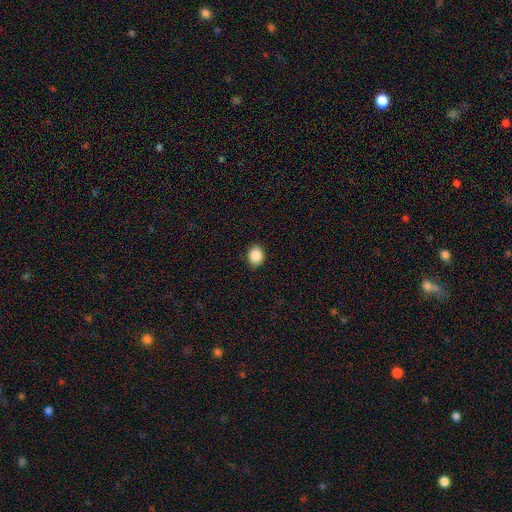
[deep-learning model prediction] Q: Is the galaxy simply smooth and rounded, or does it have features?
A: smooth — 88%.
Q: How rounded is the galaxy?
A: round — 57%.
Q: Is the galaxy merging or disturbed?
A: none — 90%.